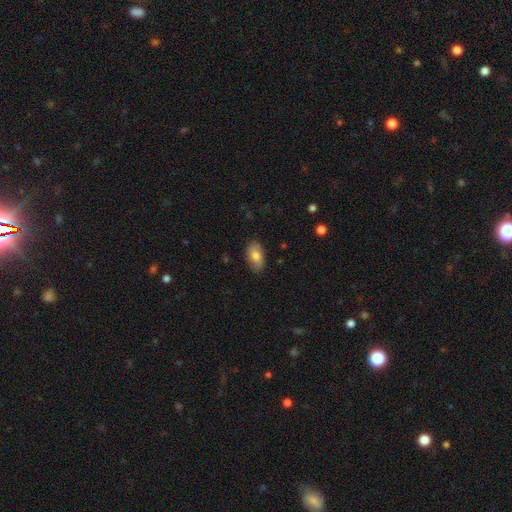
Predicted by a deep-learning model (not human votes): Smooth or featured? Predicted: smooth (p=0.76). How rounded? Predicted: in between (p=0.92). Merging? Predicted: none (p=0.84).